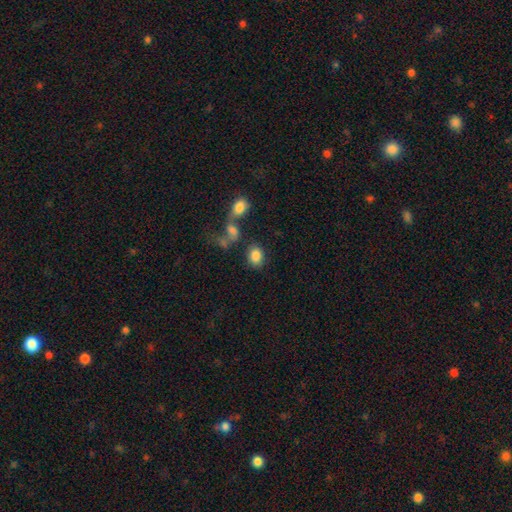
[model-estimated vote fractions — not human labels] The model was most divided on "how rounded": in between: 70%, round: 29%, cigar-shaped: 1%. More confident: smooth or featured — smooth (84%); merging — none (67%).